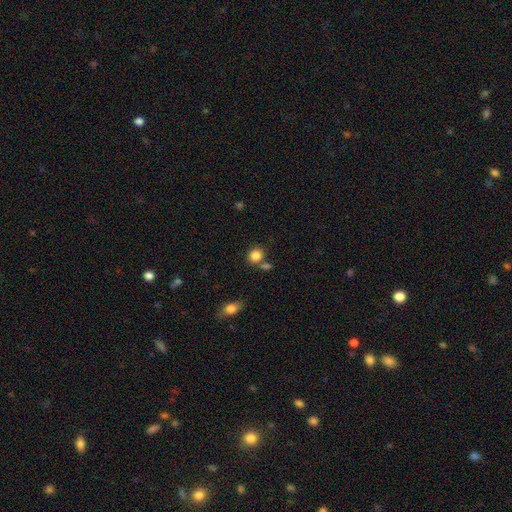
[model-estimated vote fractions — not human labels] Morphology: type=smooth (85%); roundness=round (77%); merging=none (70%).